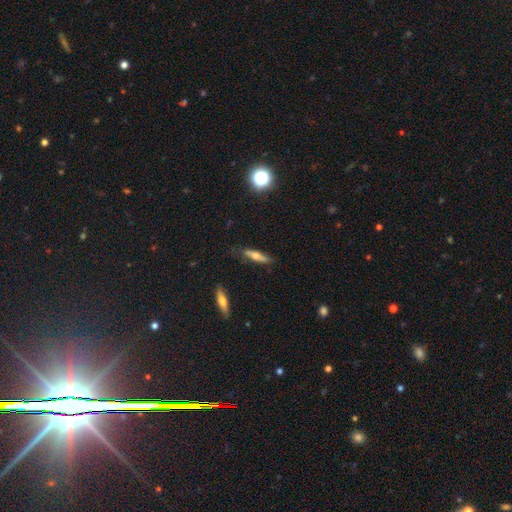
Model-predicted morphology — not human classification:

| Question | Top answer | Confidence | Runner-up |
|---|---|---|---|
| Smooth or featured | smooth | 50% | featured or disk (43%) |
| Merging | none | 76% | minor disturbance (18%) |